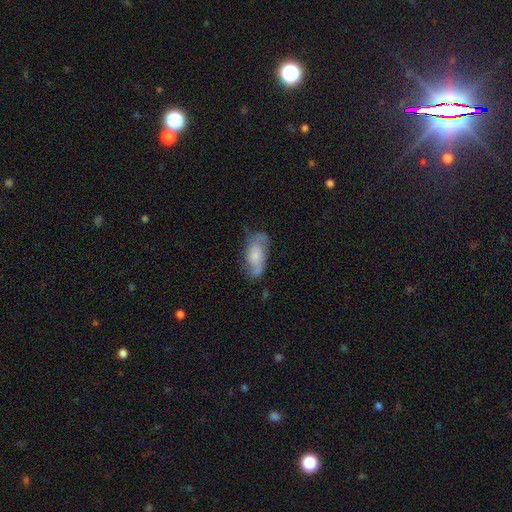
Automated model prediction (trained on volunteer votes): This is possibly a featured or disk galaxy (53%). It is clearly not viewed edge-on (91%). Merging: likely none (61%).